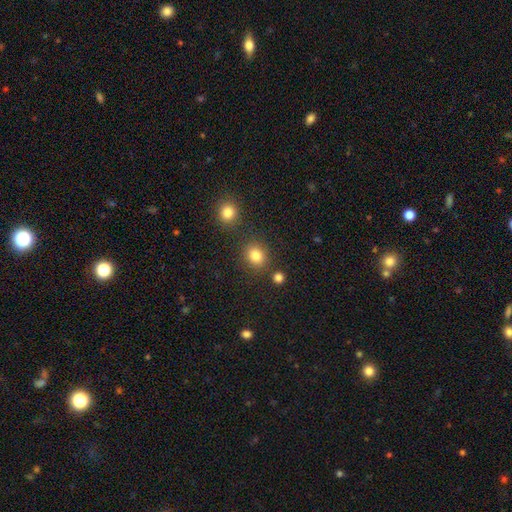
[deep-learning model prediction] Morphology: type=smooth (83%); roundness=round (70%); merging=none (79%).